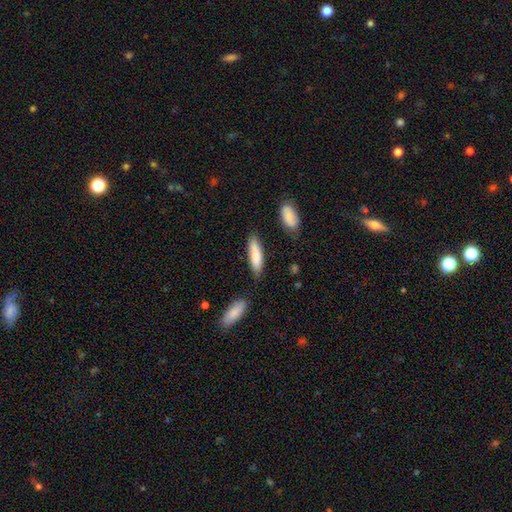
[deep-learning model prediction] Smooth or featured: smooth — 81% (featured or disk — 13%)
How rounded: cigar-shaped — 65% (in between — 33%)
Merging: none — 78% (minor disturbance — 15%)